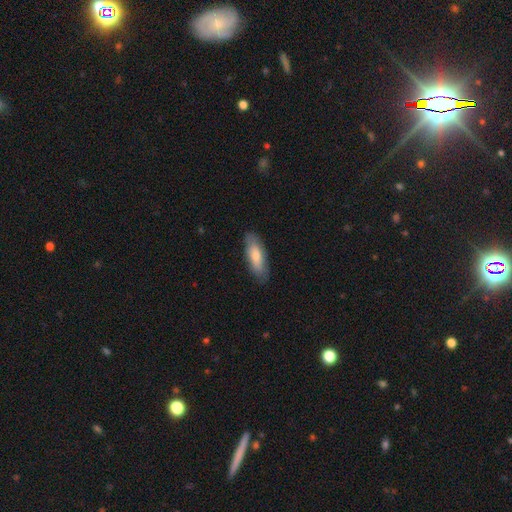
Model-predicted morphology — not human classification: Overall: smooth (73%). How rounded: in between (62%; cigar-shaped 36%). Merging: none (83%).